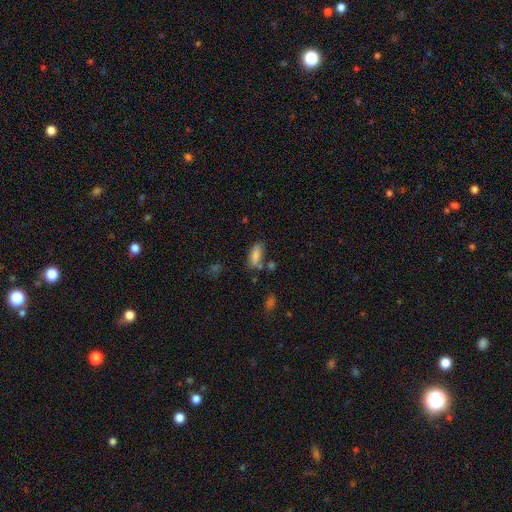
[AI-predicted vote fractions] Morphology: type=smooth (84%); roundness=in between (71%); merging=none (65%).